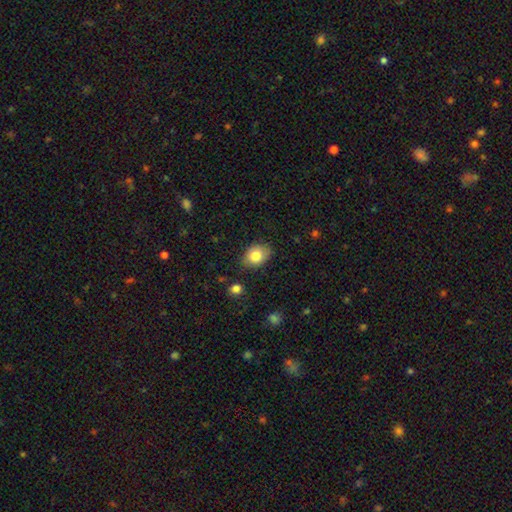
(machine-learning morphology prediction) smooth-or-featured: smooth: 82% | featured or disk: 10% | star or artifact: 8%
  how-rounded: in between: 66% | round: 33% | cigar-shaped: 1%
  merging: none: 79% | minor disturbance: 16% | major disturbance: 3% | merger: 2%